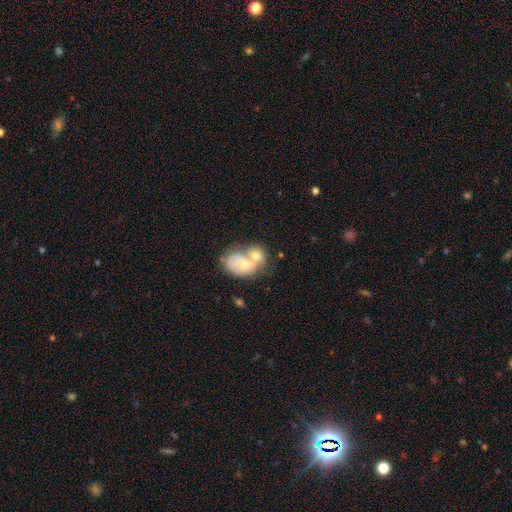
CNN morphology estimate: Smooth or featured? Predicted: smooth (p=0.62). How rounded? Predicted: in between (p=0.64). Merging? Predicted: merger (p=0.73).